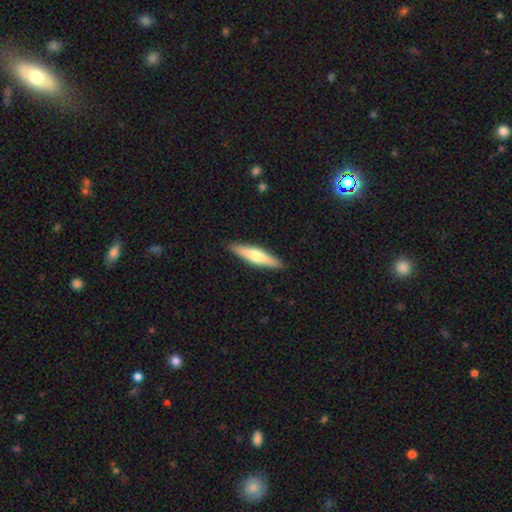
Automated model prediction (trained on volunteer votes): Q: Smooth or featured?
A: smooth (55%); runner-up: featured or disk (40%)
Q: How rounded?
A: cigar-shaped (81%); runner-up: in between (18%)
Q: Merging?
A: none (90%); runner-up: minor disturbance (8%)